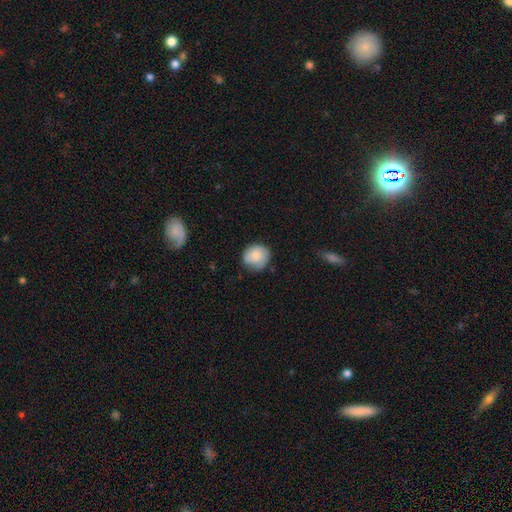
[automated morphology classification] smooth_or_featured: smooth (p=0.77) [alt: featured or disk p=0.16]
how_rounded: round (p=0.83) [alt: in between p=0.16]
merging: none (p=0.70) [alt: minor disturbance p=0.23]